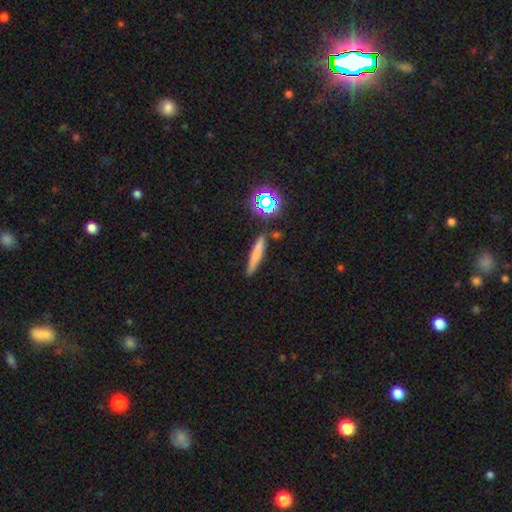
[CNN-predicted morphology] This is likely a smooth galaxy (67%). How rounded: clearly cigar-shaped (91%). Merging: clearly none (84%).